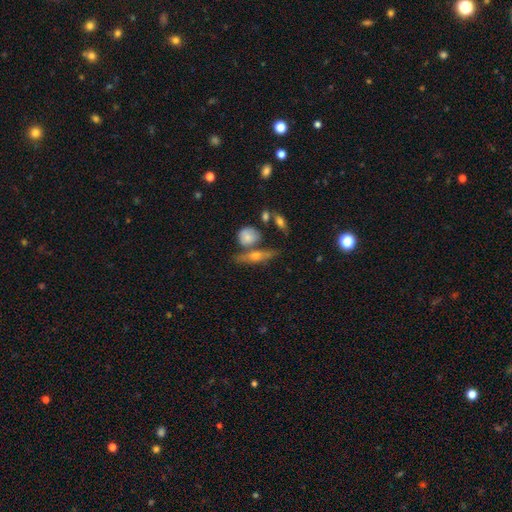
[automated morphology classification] type=featured or disk (51%); edge-on=yes (86%); merging=none (61%).